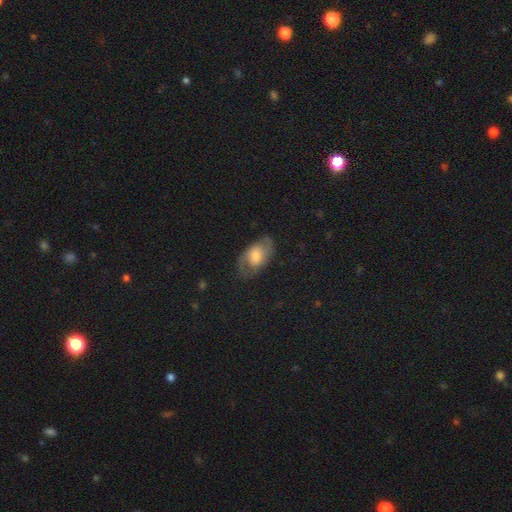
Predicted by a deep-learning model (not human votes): Smooth or featured?
  - featured or disk: 52% *
  - smooth: 39%
  - star or artifact: 9%
Edge-on disk?
  - no: 93% *
  - yes: 7%
Merging?
  - none: 68% *
  - minor disturbance: 19%
  - major disturbance: 11%
  - merger: 1%